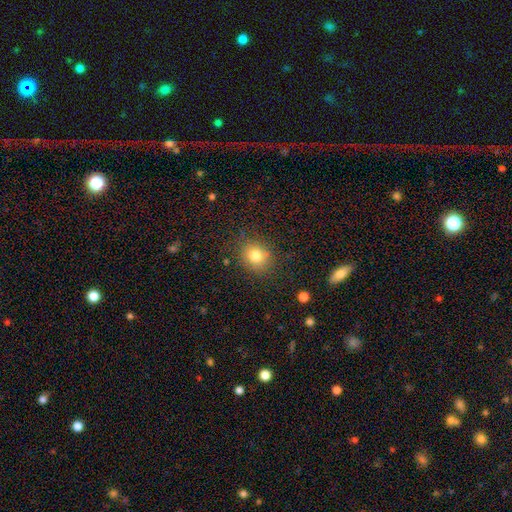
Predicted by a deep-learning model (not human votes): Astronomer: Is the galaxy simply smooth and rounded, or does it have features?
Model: smooth — 79%.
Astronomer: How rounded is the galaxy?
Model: round — 68%.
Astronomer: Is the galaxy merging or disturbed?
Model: none — 83%.